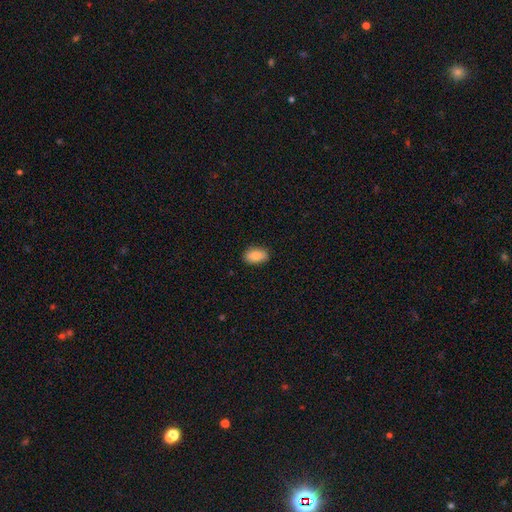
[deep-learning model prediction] This is clearly a smooth galaxy (86%). How rounded: clearly in between (91%). Merging: clearly none (86%).